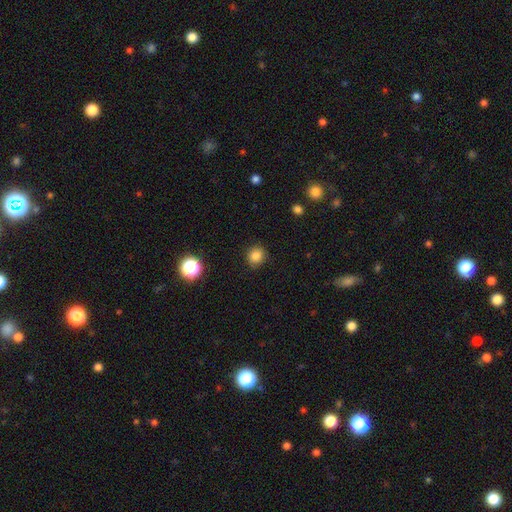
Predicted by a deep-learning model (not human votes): The model was most divided on "smooth or featured": smooth: 83%, star or artifact: 12%, featured or disk: 5%. More confident: how rounded — round (88%); merging — none (86%).